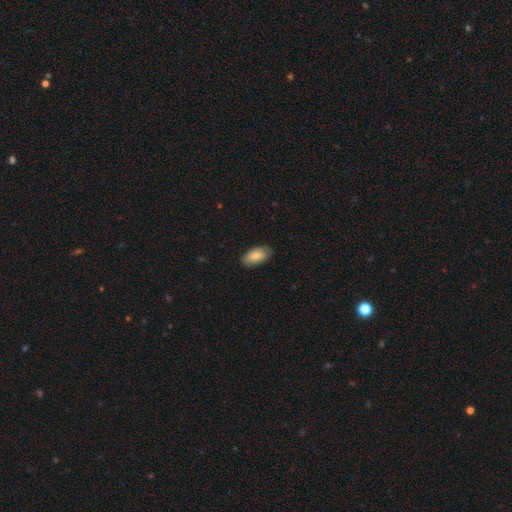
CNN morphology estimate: Smooth or featured?
  - smooth: 84% *
  - featured or disk: 10%
  - star or artifact: 6%
How rounded?
  - in between: 93% *
  - cigar-shaped: 4%
  - round: 3%
Merging?
  - none: 83% *
  - minor disturbance: 14%
  - major disturbance: 3%
  - merger: 1%